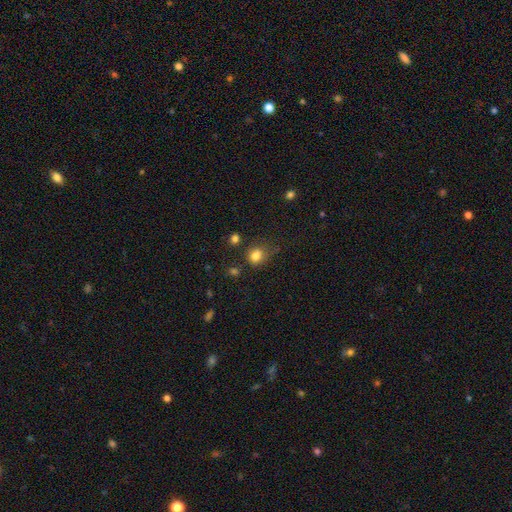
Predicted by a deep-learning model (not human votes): Smooth or featured? Predicted: smooth (p=0.80). How rounded? Predicted: round (p=0.70). Merging? Predicted: none (p=0.62).